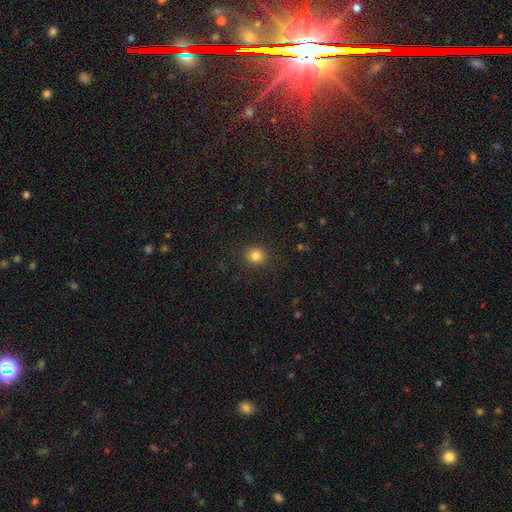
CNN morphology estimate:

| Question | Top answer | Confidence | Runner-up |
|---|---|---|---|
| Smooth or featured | smooth | 83% | star or artifact (12%) |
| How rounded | round | 89% | in between (10%) |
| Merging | none | 90% | minor disturbance (6%) |